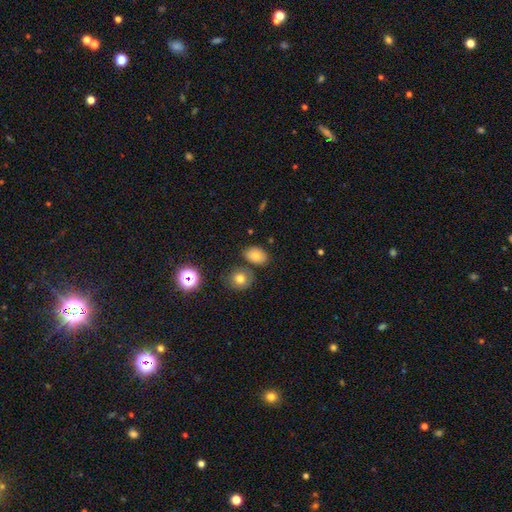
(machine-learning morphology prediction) smooth_or_featured: smooth (p=0.73) [alt: featured or disk p=0.13]
how_rounded: in between (p=0.75) [alt: round p=0.24]
merging: none (p=0.73) [alt: minor disturbance p=0.14]